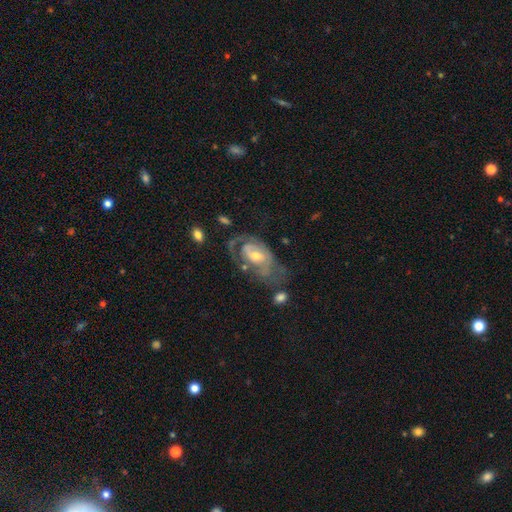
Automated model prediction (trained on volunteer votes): Smooth or featured: featured or disk — 75% (smooth — 18%)
Edge-on disk: no — 95% (yes — 5%)
Bar: no — 62% (weak — 31%)
Spiral arms: yes — 75% (no — 25%)
Spiral winding: tight — 49% (medium — 35%)
Spiral arm count: can't tell — 35% (tied with 2 — 35%)
Bulge size: moderate — 56% (small — 37%)
Merging: none — 40% (major disturbance — 31%)